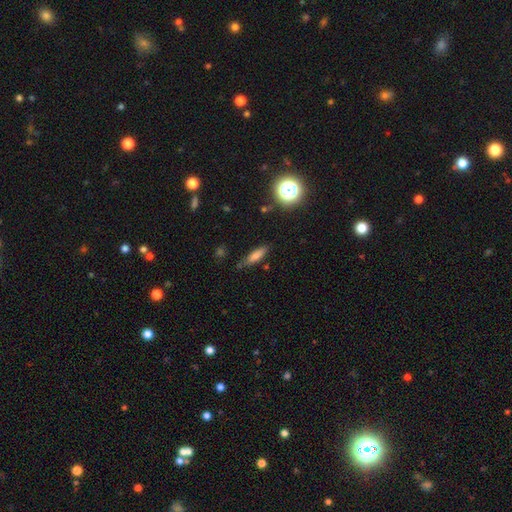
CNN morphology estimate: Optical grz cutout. It shows a smooth galaxy with no disk features (71%) that is cigar-shaped (64%). Merging: none (76%).